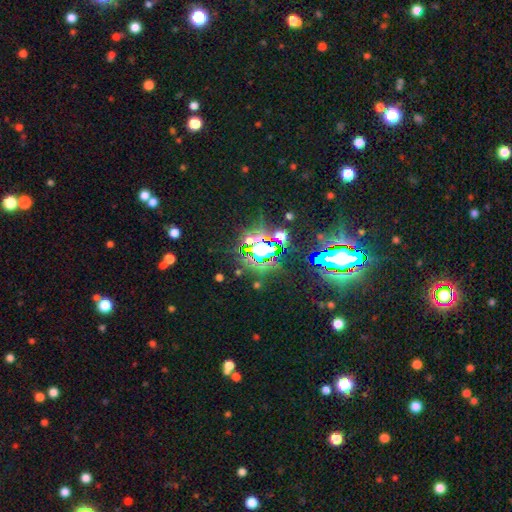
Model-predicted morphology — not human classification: Overall: star or artifact (83%).